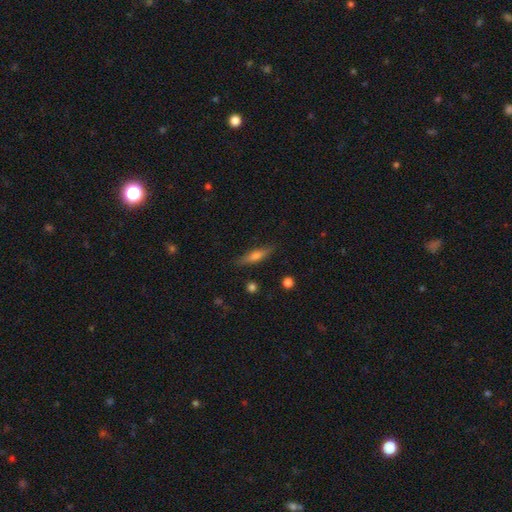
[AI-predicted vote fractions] This appears to be a smooth galaxy with no disk features (53%) that is cigar-shaped (76%). Merging: none (86%).